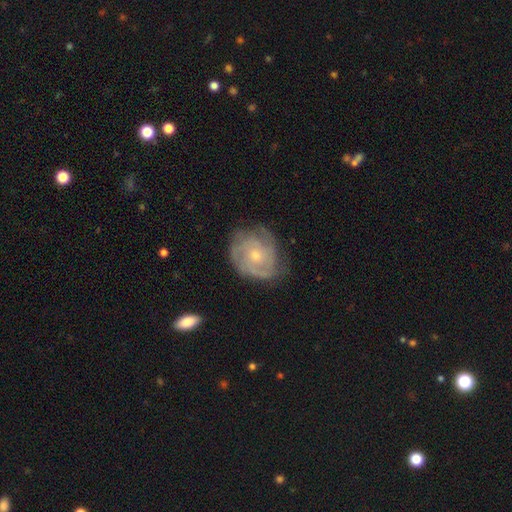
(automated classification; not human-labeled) smooth_or_featured: featured or disk (p=0.75) [alt: smooth p=0.19]
disk_edge_on: no (p=0.97) [alt: yes p=0.03]
bar: no (p=0.78) [alt: weak p=0.19]
has_spiral_arms: yes (p=0.89) [alt: no p=0.11]
spiral_winding: tight (p=0.61) [alt: medium p=0.30]
spiral_arm_count: can't tell (p=0.37) [alt: 3 p=0.25]
bulge_size: small (p=0.50) [alt: moderate p=0.46]
merging: none (p=0.66) [alt: minor disturbance p=0.23]